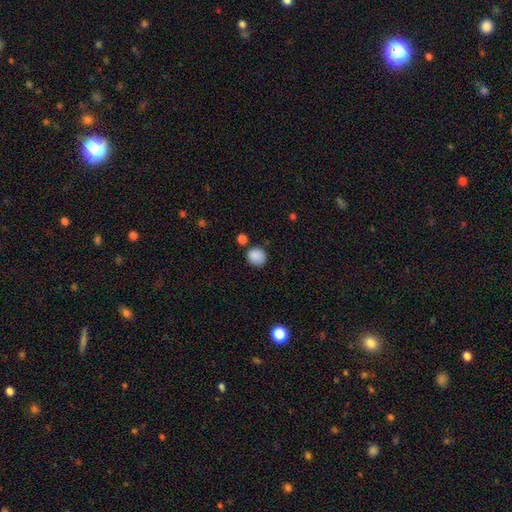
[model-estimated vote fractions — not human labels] Morphology: type=smooth (87%); roundness=round (87%); merging=none (77%).